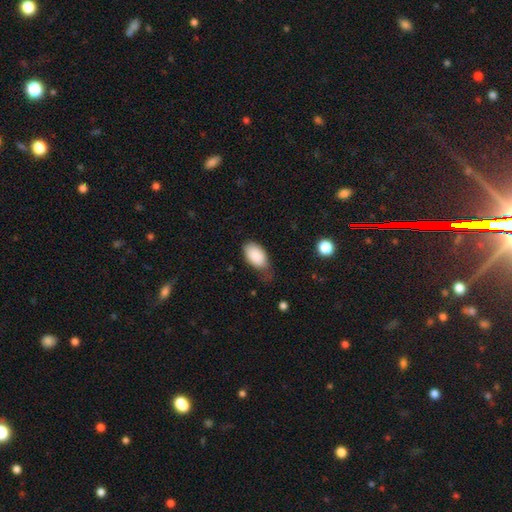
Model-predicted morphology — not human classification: This is clearly a smooth galaxy (87%). How rounded: clearly in between (94%). Merging: possibly none (46%).